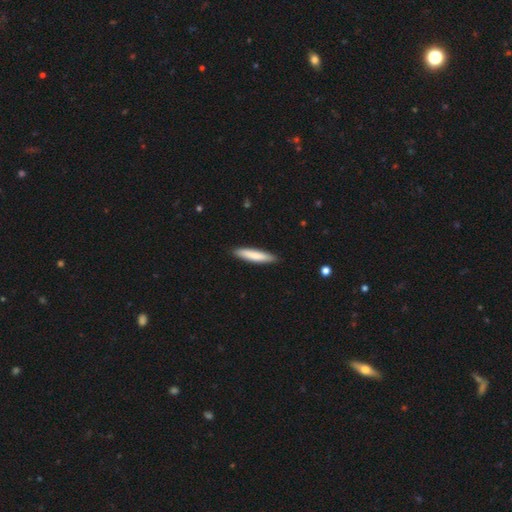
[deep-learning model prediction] Overall: smooth (81%). How rounded: cigar-shaped (87%). Merging: none (89%).